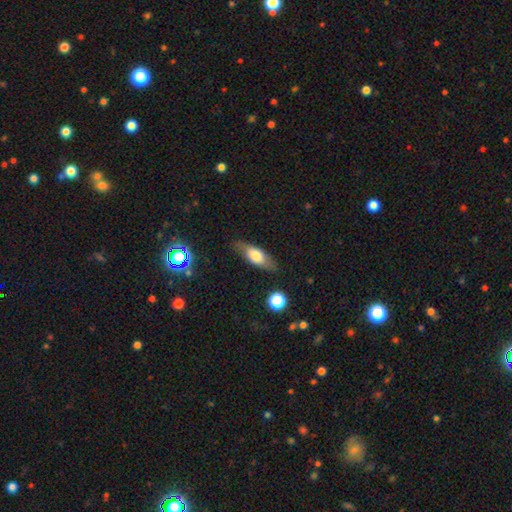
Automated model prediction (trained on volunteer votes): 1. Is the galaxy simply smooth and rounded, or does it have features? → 60% smooth, 32% featured or disk, 8% star or artifact.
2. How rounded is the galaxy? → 68% in between, 28% cigar-shaped, 4% round.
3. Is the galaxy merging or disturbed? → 77% none, 16% minor disturbance, 4% major disturbance, 2% merger.